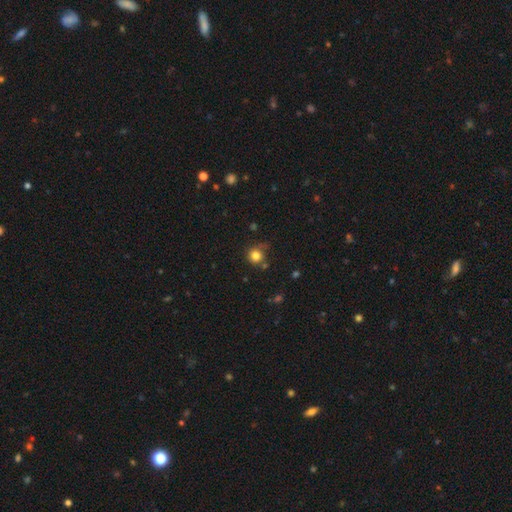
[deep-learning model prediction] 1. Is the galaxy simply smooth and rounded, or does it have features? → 81% smooth, 13% star or artifact, 6% featured or disk.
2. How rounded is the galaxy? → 90% round, 9% in between, 1% cigar-shaped.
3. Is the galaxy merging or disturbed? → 68% none, 19% minor disturbance, 7% major disturbance, 6% merger.